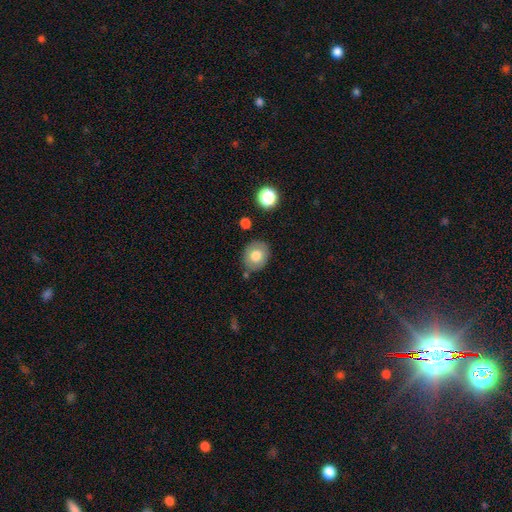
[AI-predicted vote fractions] smooth_or_featured: smooth (p=0.71) [alt: featured or disk p=0.21]
how_rounded: round (p=0.56) [alt: in between p=0.43]
merging: none (p=0.78) [alt: minor disturbance p=0.14]